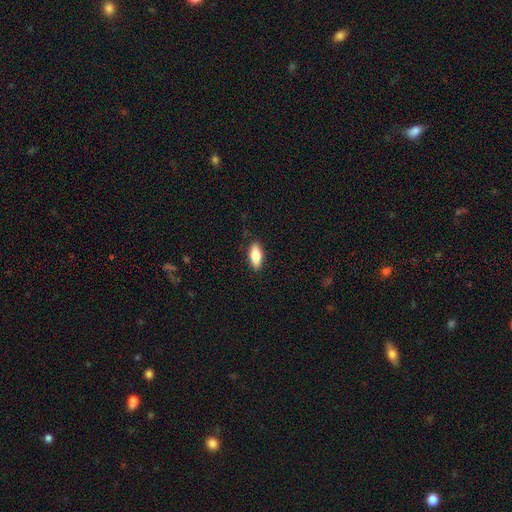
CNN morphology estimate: Smooth or featured? Predicted: smooth (p=0.76). How rounded? Predicted: in between (p=0.76). Merging? Predicted: none (p=0.87).